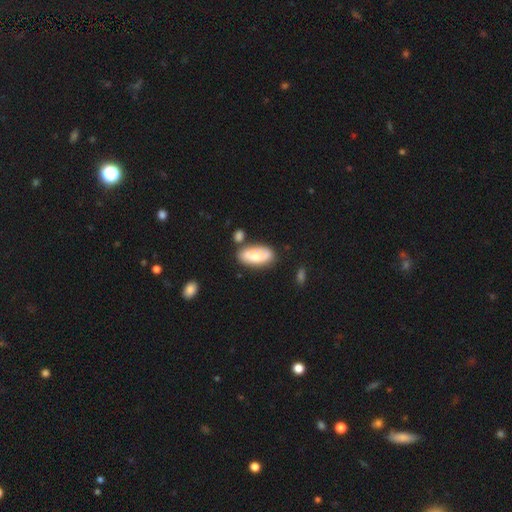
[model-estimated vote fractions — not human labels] A smooth galaxy with no disk features (73%) that is in between round and cigar-shaped (88%). Merging: none (61%).